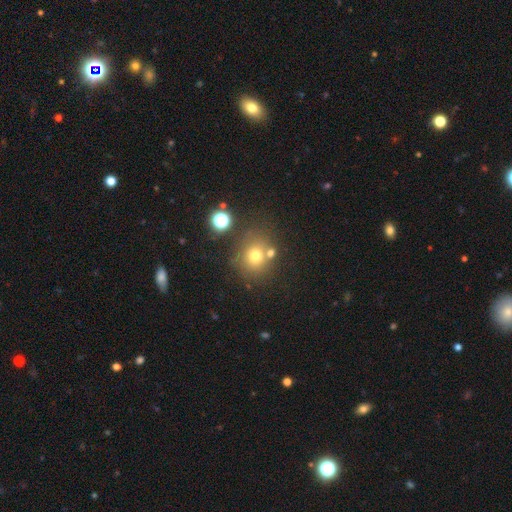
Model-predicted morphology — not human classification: Smooth or featured?
  - smooth: 70% *
  - star or artifact: 18%
  - featured or disk: 12%
How rounded?
  - round: 81% *
  - in between: 18%
  - cigar-shaped: 1%
Merging?
  - none: 66% *
  - merger: 16%
  - minor disturbance: 12%
  - major disturbance: 5%